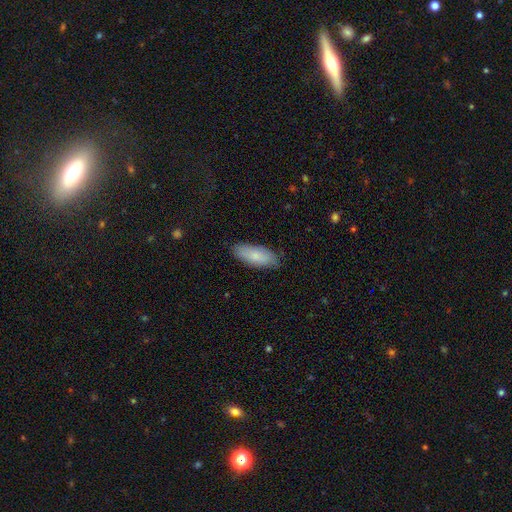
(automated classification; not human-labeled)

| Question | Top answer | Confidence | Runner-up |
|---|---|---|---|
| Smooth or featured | smooth | 83% | featured or disk (12%) |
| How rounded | in between | 77% | cigar-shaped (21%) |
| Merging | none | 83% | minor disturbance (14%) |